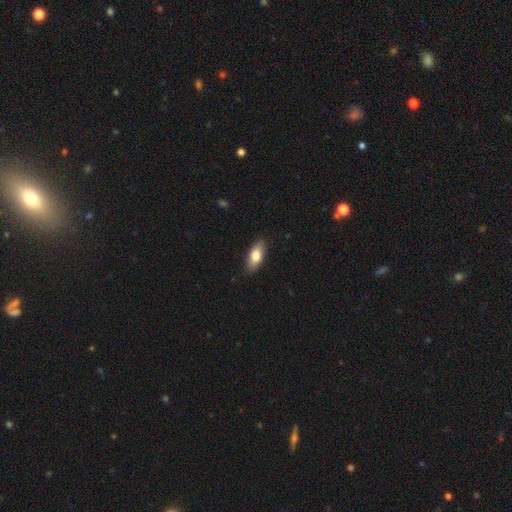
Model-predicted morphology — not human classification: Overall: smooth (79%). How rounded: in between (83%). Merging: none (87%).